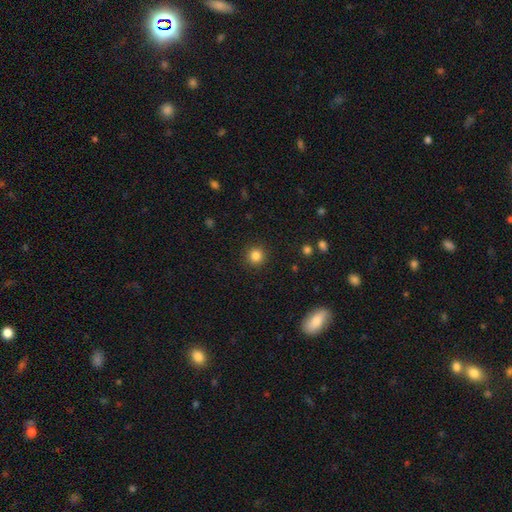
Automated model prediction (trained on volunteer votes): Smooth or featured? smooth (84%)
How rounded? round (93%)
Merging? none (91%)